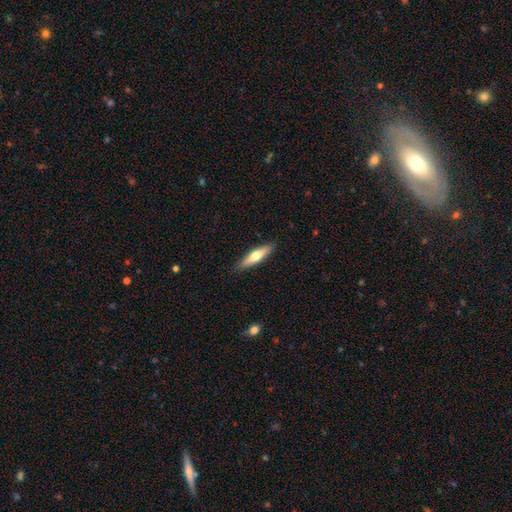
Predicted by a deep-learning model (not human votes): Smooth or featured: smooth — 53% (featured or disk — 42%)
How rounded: cigar-shaped — 72% (in between — 26%)
Merging: none — 88% (minor disturbance — 9%)